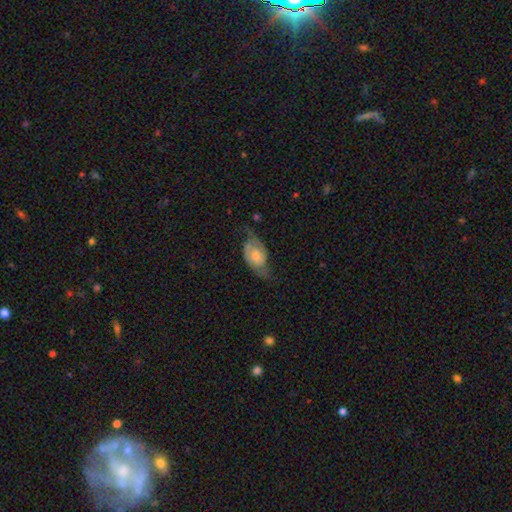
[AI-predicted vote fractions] featured or disk 72%, smooth 21%, star or artifact 7%. Down the decision tree: edge-on disk — no (94%); bar — no (66%); spiral arms — yes (87%); spiral arm count — 2 (84%); spiral winding — medium (43%); bulge size — moderate (57%); merging — none (56%).